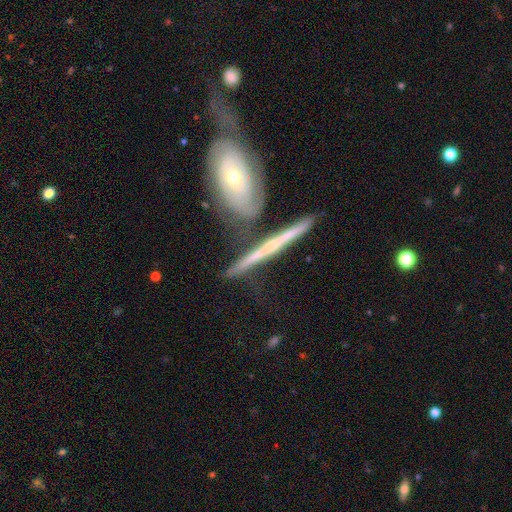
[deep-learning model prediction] Overall: featured or disk (65%; smooth 28%). Edge-on disk: yes (90%). Edge-on bulge: none (55%; rounded 37%). Merging: none (66%).